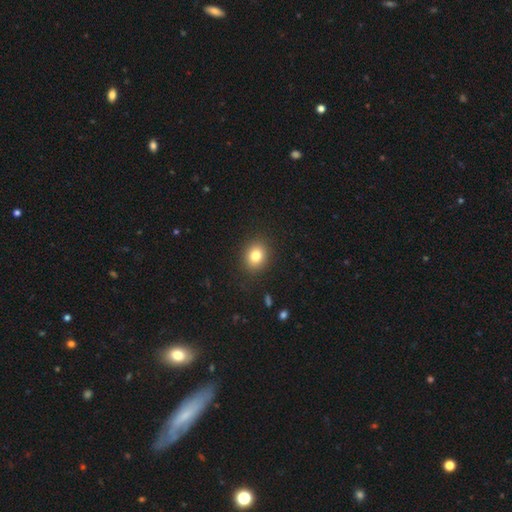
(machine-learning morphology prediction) Smooth or featured?
  - smooth: 81% *
  - star or artifact: 11%
  - featured or disk: 8%
How rounded?
  - round: 64% *
  - in between: 36%
  - cigar-shaped: 1%
Merging?
  - none: 89% *
  - minor disturbance: 8%
  - major disturbance: 2%
  - merger: 1%